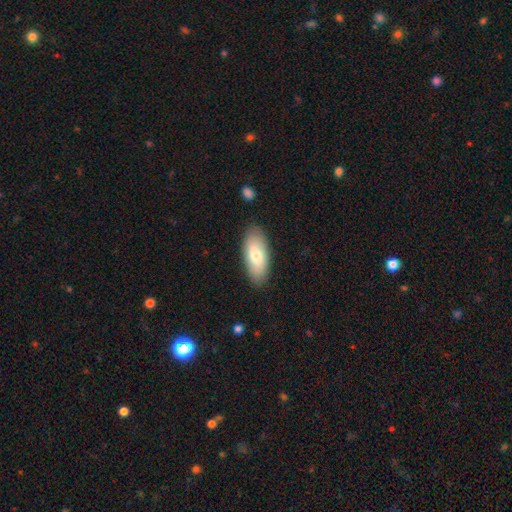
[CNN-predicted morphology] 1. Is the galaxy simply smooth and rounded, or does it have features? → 74% smooth, 20% featured or disk, 6% star or artifact.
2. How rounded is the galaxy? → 88% in between, 10% cigar-shaped, 2% round.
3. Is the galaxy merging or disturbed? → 87% none, 9% minor disturbance, 2% major disturbance, 1% merger.